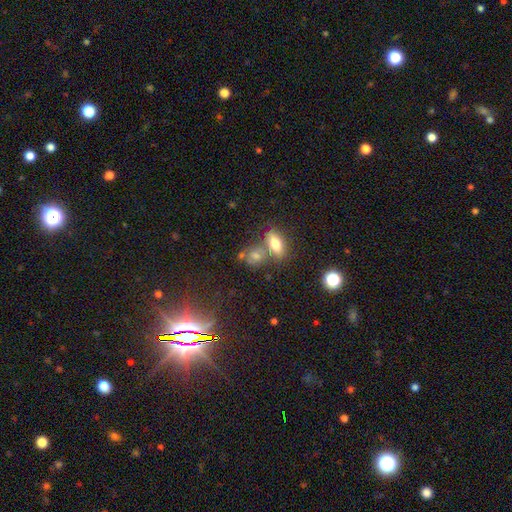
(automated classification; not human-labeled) Smooth or featured?
  - smooth: 70% *
  - star or artifact: 16%
  - featured or disk: 14%
How rounded?
  - in between: 61% *
  - round: 34%
  - cigar-shaped: 5%
Merging?
  - none: 49% *
  - merger: 34%
  - minor disturbance: 12%
  - major disturbance: 5%